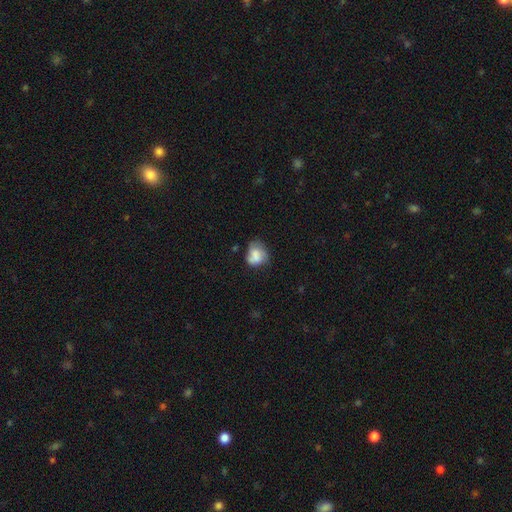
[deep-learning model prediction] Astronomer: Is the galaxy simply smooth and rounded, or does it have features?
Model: smooth — 74%.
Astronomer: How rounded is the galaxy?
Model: in between — 50% (runner-up: round, 49%).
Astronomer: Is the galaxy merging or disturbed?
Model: none — 41% (runner-up: minor disturbance, 35%).